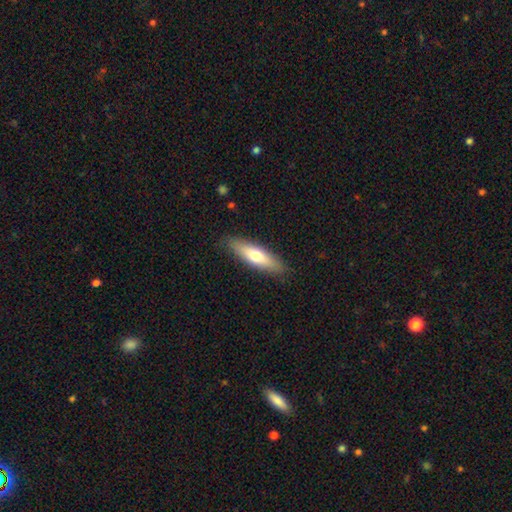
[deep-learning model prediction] smooth-or-featured: smooth: 63% | featured or disk: 31% | star or artifact: 6%
  how-rounded: cigar-shaped: 61% | in between: 37% | round: 2%
  merging: none: 87% | minor disturbance: 9% | major disturbance: 2% | merger: 1%